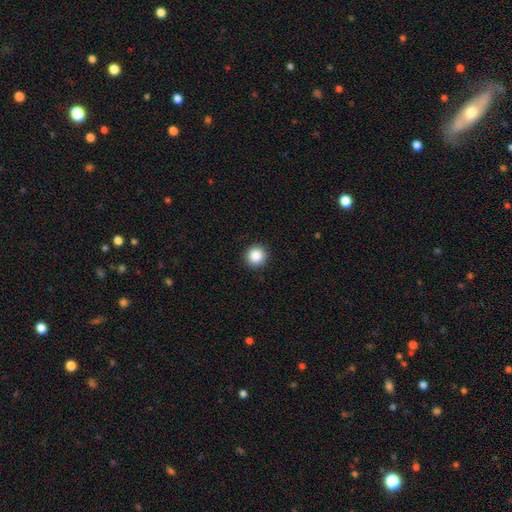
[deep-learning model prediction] smooth_or_featured: smooth (p=0.88) [alt: star or artifact p=0.09]
how_rounded: round (p=0.95) [alt: in between p=0.05]
merging: none (p=0.92) [alt: minor disturbance p=0.05]